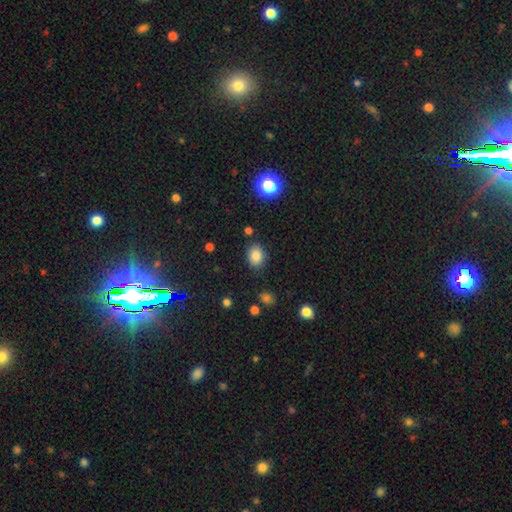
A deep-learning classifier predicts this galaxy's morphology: smooth_or_featured: smooth (p=0.84) [alt: star or artifact p=0.11]
how_rounded: in between (p=0.61) [alt: round p=0.38]
merging: none (p=0.82) [alt: minor disturbance p=0.12]